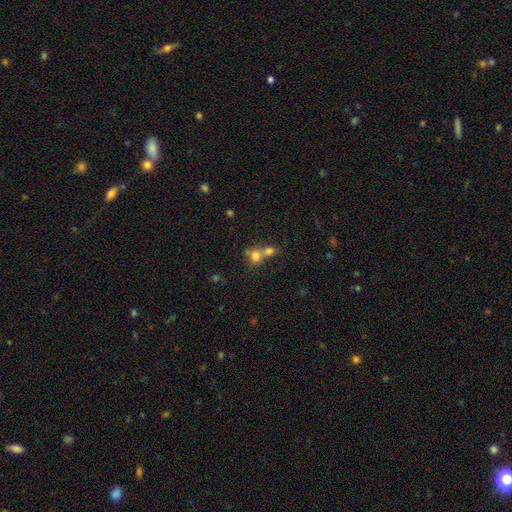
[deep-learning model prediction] Smooth or featured?
  - smooth: 72% *
  - featured or disk: 15%
  - star or artifact: 13%
How rounded?
  - round: 67% *
  - in between: 32%
  - cigar-shaped: 2%
Merging?
  - merger: 64% *
  - none: 26%
  - minor disturbance: 6%
  - major disturbance: 4%